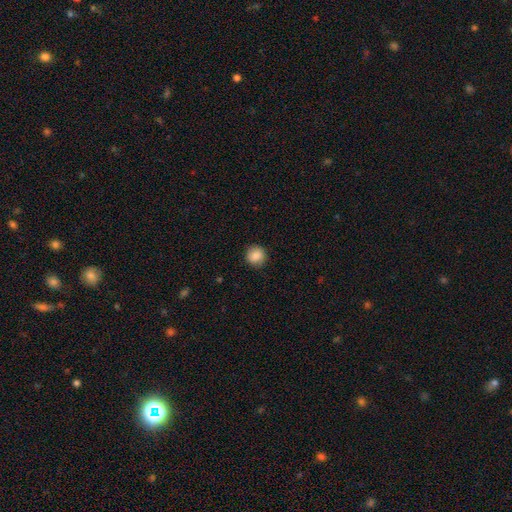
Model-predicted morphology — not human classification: Q: Smooth or featured?
A: smooth (87%); runner-up: star or artifact (9%)
Q: How rounded?
A: round (92%); runner-up: in between (7%)
Q: Merging?
A: none (90%); runner-up: minor disturbance (7%)